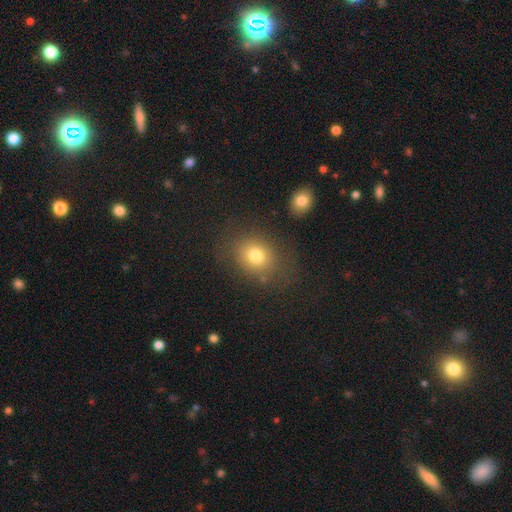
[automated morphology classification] smooth 77%, star or artifact 13%, featured or disk 10%. Down the decision tree: how rounded — round (53%); merging — none (75%).